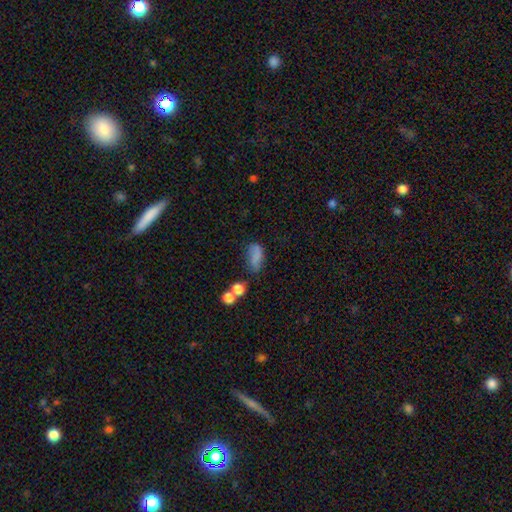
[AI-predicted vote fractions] Overall: smooth (73%). How rounded: in between (83%). Merging: none (45%; minor disturbance 28%).